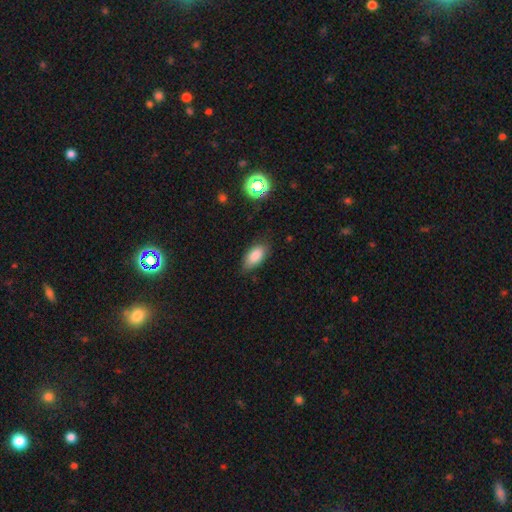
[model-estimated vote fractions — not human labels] Smooth or featured? Predicted: smooth (p=0.84). How rounded? Predicted: in between (p=0.90). Merging? Predicted: none (p=0.79).